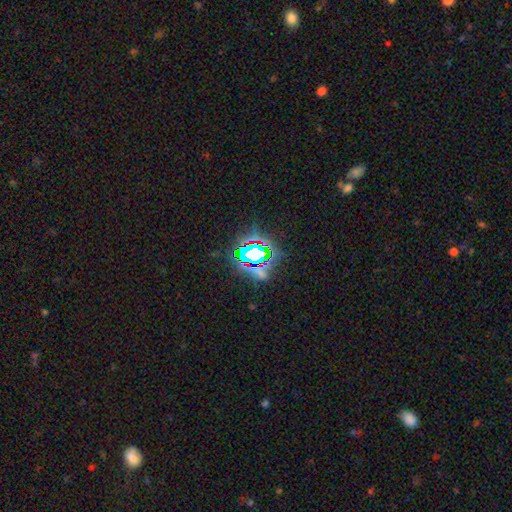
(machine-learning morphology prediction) A star or artifact, not a galaxy (69%).

Vote fractions:
- Smooth or featured? star or artifact: 69% / smooth: 18% / featured or disk: 13%